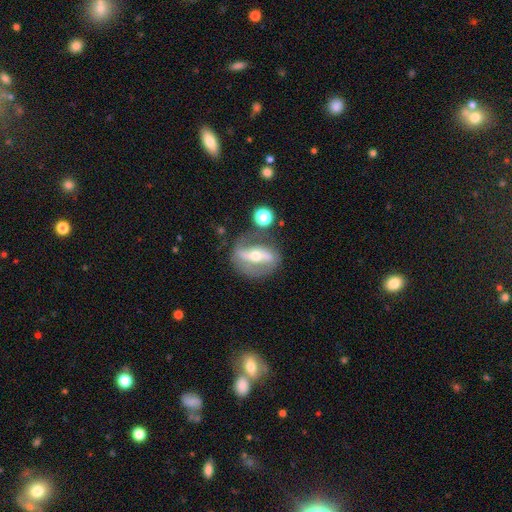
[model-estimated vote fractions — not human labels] A featured or disk galaxy (80%) with a strong bar (72%), spiral arms (70%) and a moderate central bulge (53%).

Vote fractions:
- Smooth or featured? featured or disk: 80% / smooth: 14% / star or artifact: 6%
- Edge-on disk? no: 85% / yes: 15%
- Bar? strong: 72% / weak: 16% / no: 13%
- Spiral arms? yes: 70% / no: 30%
- Bulge size? moderate: 53% / small: 42% / large: 3% / none: 1% / dominant: 1%
- Merging? none: 71% / minor disturbance: 16% / major disturbance: 9% / merger: 5%